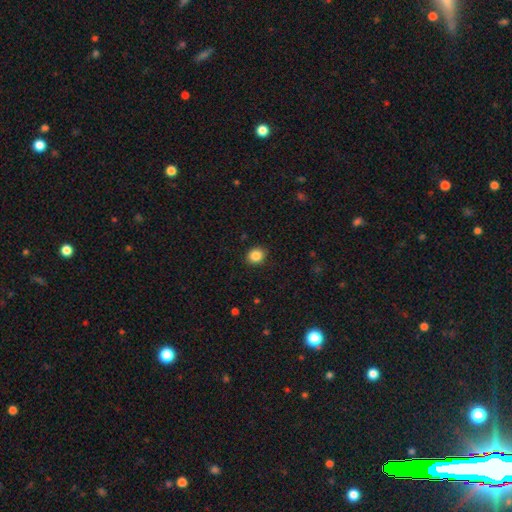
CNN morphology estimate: A smooth galaxy with no disk features (87%) that is round (71%).

Vote fractions:
- Smooth or featured? smooth: 87% / star or artifact: 10% / featured or disk: 4%
- How rounded? round: 71% / in between: 28% / cigar-shaped: 1%
- Merging? none: 89% / minor disturbance: 8% / major disturbance: 2% / merger: 1%